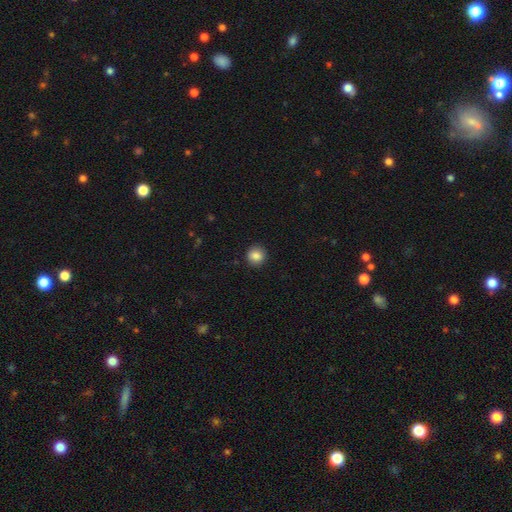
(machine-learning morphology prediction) smooth 86%, star or artifact 9%, featured or disk 5%. Down the decision tree: how rounded — round (90%); merging — none (91%).